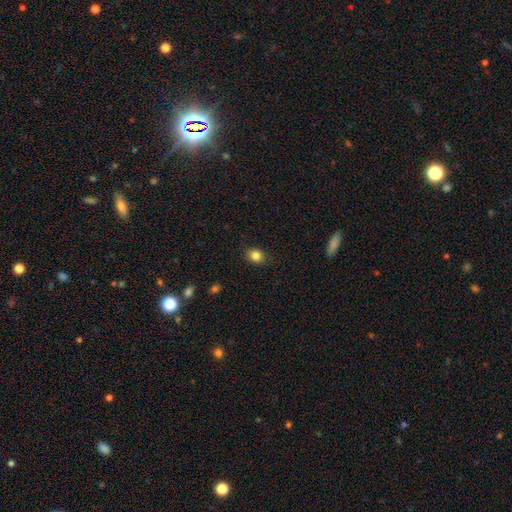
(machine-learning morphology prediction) Overall: smooth (83%). How rounded: round (55%; in between 44%). Merging: none (88%).